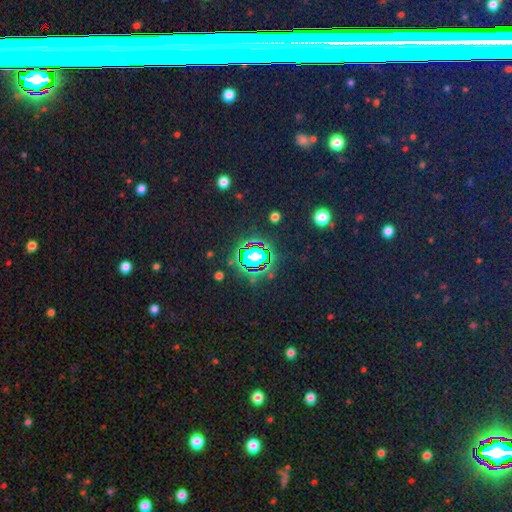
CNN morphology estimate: smooth-or-featured: star or artifact: 78% | smooth: 14% | featured or disk: 8%